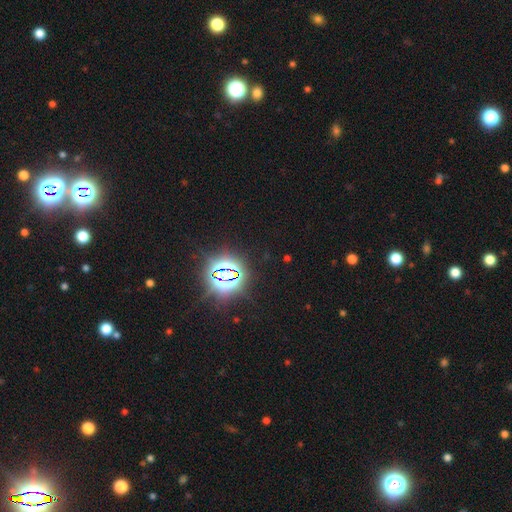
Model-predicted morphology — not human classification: Overall: star or artifact (77%).